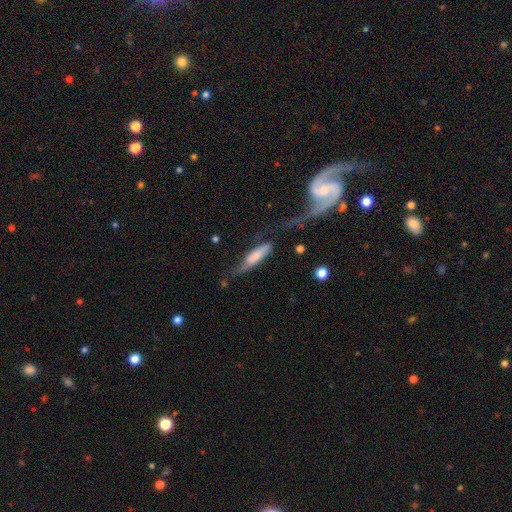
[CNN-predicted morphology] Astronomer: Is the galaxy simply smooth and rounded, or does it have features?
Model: smooth — 62%.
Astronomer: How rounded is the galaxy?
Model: cigar-shaped — 62%.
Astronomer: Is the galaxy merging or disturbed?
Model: none — 36% (runner-up: minor disturbance, 31%).